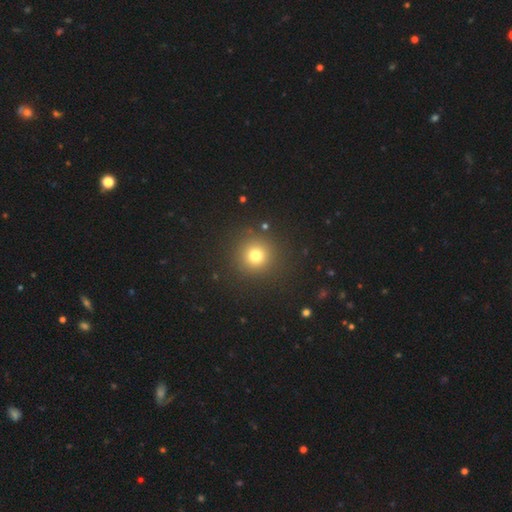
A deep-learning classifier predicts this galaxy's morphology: This appears to be a smooth galaxy with no disk features (75%) that is round (94%). Merging: none (90%).